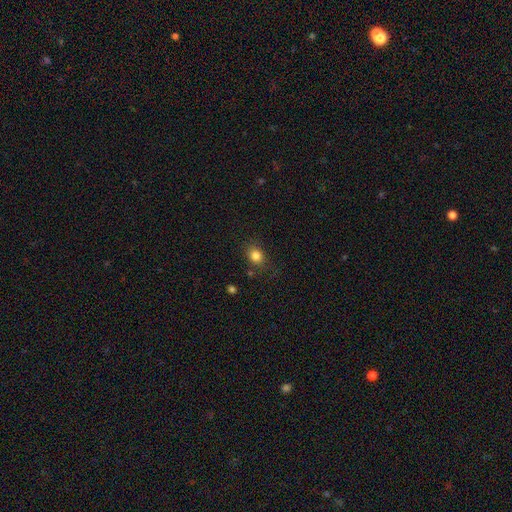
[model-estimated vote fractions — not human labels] A smooth galaxy with no disk features (83%) that is round (61%).

Vote fractions:
- Smooth or featured? smooth: 83% / star or artifact: 12% / featured or disk: 6%
- How rounded? round: 61% / in between: 38% / cigar-shaped: 1%
- Merging? none: 79% / minor disturbance: 14% / major disturbance: 4% / merger: 3%